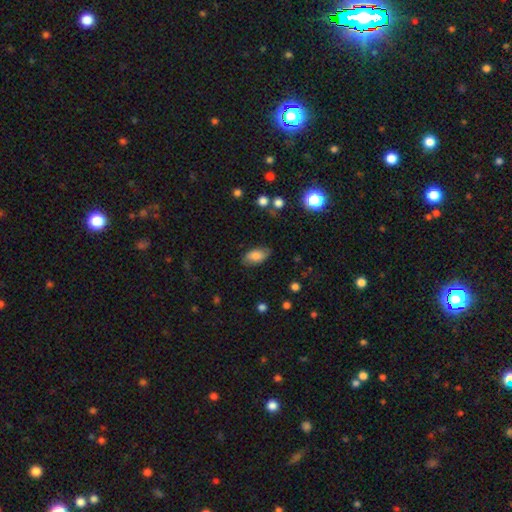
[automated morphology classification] Q: Smooth or featured?
A: smooth (77%); runner-up: featured or disk (14%)
Q: How rounded?
A: in between (92%); runner-up: round (4%)
Q: Merging?
A: none (76%); runner-up: minor disturbance (18%)